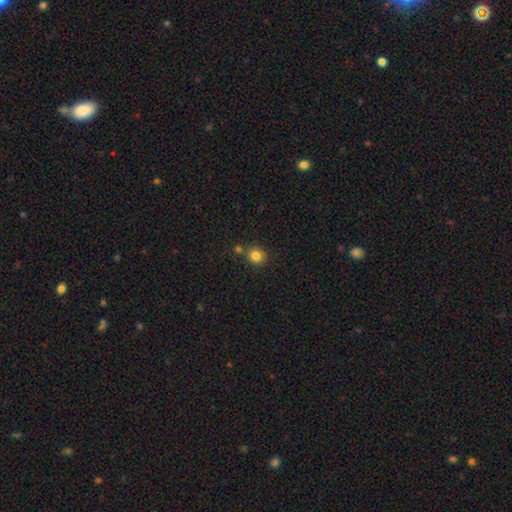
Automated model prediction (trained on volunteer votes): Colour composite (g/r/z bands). It shows a smooth galaxy with no disk features (83%) that is round (86%). Merging: none (76%).